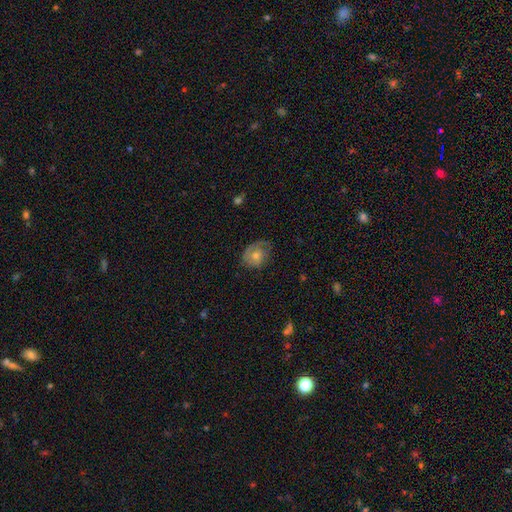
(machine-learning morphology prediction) Smooth or featured?
  - featured or disk: 53% *
  - smooth: 37%
  - star or artifact: 10%
Edge-on disk?
  - no: 96% *
  - yes: 4%
Bar?
  - no: 80% *
  - weak: 17%
  - strong: 3%
Spiral arms?
  - yes: 77% *
  - no: 23%
Bulge size?
  - moderate: 59% *
  - small: 34%
  - large: 4%
  - none: 2%
  - dominant: 1%
Merging?
  - none: 62% *
  - minor disturbance: 24%
  - major disturbance: 12%
  - merger: 1%